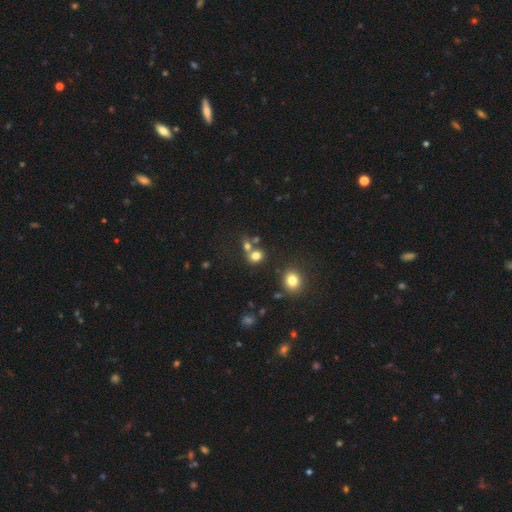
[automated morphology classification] This is likely a smooth galaxy (76%). How rounded: likely round (63%). Merging: possibly none (50%).